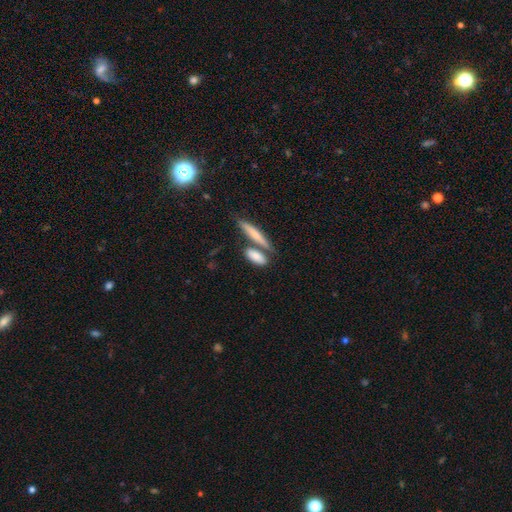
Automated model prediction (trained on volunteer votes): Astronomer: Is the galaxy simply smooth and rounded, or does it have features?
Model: smooth — 77%.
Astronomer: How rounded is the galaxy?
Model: in between — 56% (runner-up: cigar-shaped, 40%).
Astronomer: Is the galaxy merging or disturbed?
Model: none — 52% (runner-up: merger, 32%).